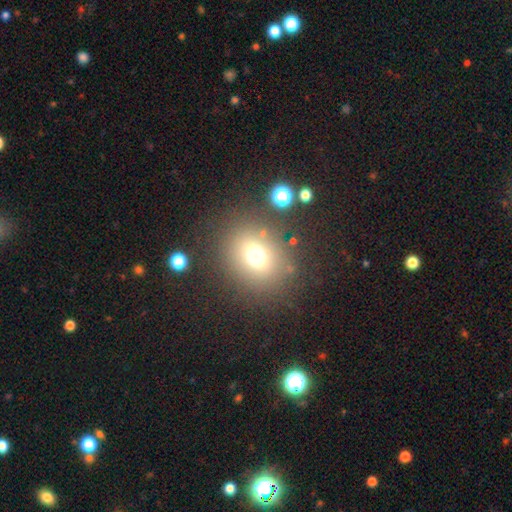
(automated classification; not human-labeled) Q: Smooth or featured?
A: smooth (68%); runner-up: star or artifact (21%)
Q: How rounded?
A: round (68%); runner-up: in between (31%)
Q: Merging?
A: none (78%); runner-up: minor disturbance (10%)